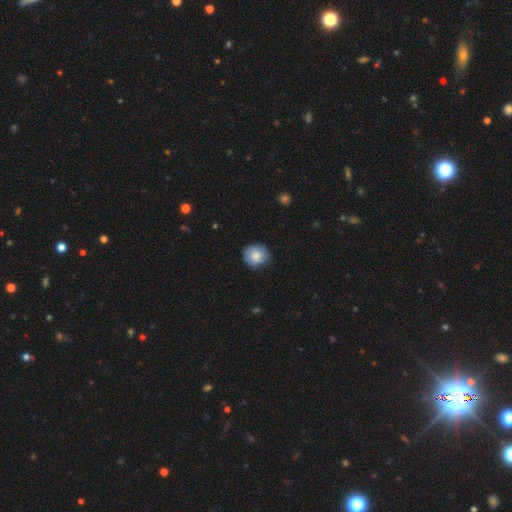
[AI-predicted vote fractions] smooth 81%, featured or disk 12%, star or artifact 7%. Down the decision tree: how rounded — round (81%); merging — none (72%).